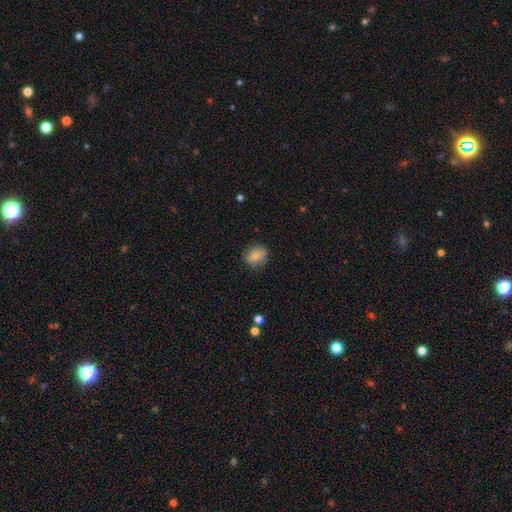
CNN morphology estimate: Smooth or featured? smooth (79%)
How rounded? round (66%)
Merging? none (78%)